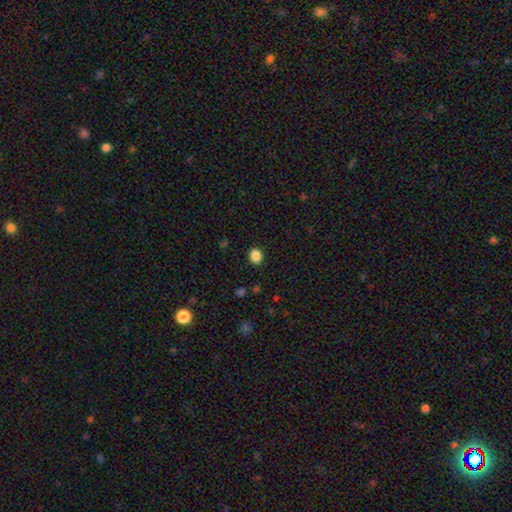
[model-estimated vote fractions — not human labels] Morphology: type=smooth (86%); roundness=round (55%); merging=none (89%).